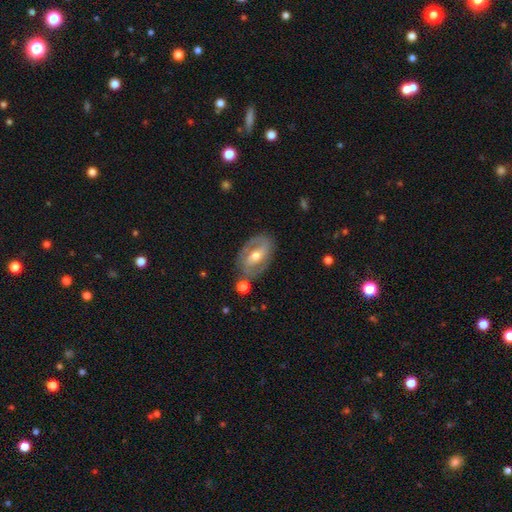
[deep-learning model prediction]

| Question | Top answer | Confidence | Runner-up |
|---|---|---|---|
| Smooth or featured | featured or disk | 77% | smooth (17%) |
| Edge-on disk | no | 94% | yes (6%) |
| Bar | strong | 40% | weak (37%) |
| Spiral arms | yes | 79% | no (21%) |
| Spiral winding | medium | 43% | tight (39%) |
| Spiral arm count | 2 | 78% | can't tell (11%) |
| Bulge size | moderate | 59% | small (36%) |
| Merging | none | 75% | minor disturbance (15%) |